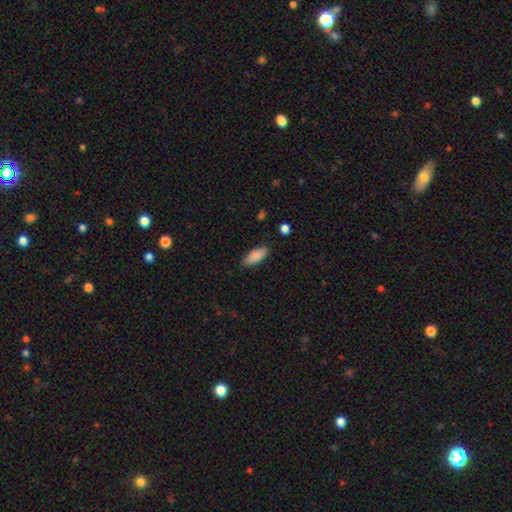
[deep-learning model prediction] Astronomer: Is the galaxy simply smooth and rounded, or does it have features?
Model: smooth — 88%.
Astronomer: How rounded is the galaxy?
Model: in between — 77%.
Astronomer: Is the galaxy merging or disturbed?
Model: none — 84%.